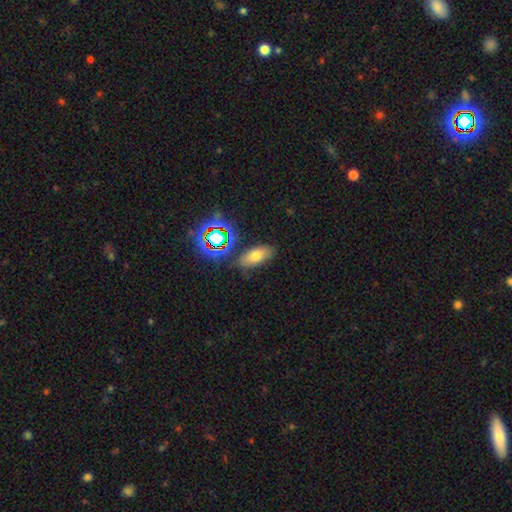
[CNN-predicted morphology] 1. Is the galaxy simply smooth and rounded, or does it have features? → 61% smooth, 23% star or artifact, 16% featured or disk.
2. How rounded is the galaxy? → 81% in between, 11% cigar-shaped, 7% round.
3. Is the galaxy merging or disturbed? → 80% none, 12% minor disturbance, 4% major disturbance, 4% merger.